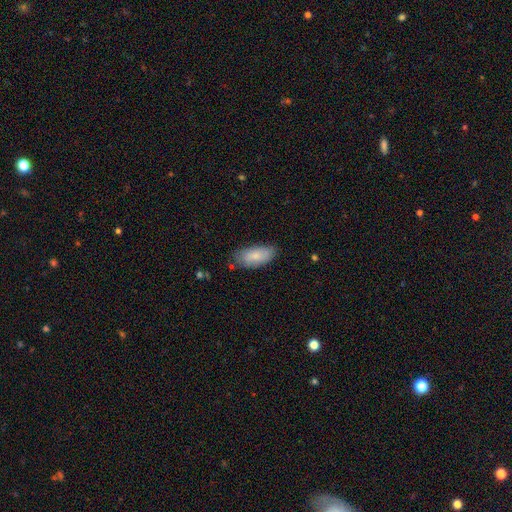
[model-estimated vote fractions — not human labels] smooth-or-featured: smooth: 82% | featured or disk: 12% | star or artifact: 6%
  how-rounded: in between: 90% | cigar-shaped: 8% | round: 2%
  merging: none: 70% | minor disturbance: 24% | major disturbance: 4% | merger: 2%